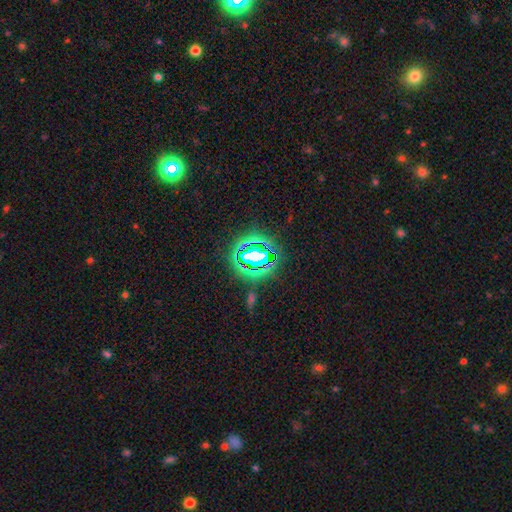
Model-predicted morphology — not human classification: Smooth or featured? Predicted: star or artifact (p=0.72).